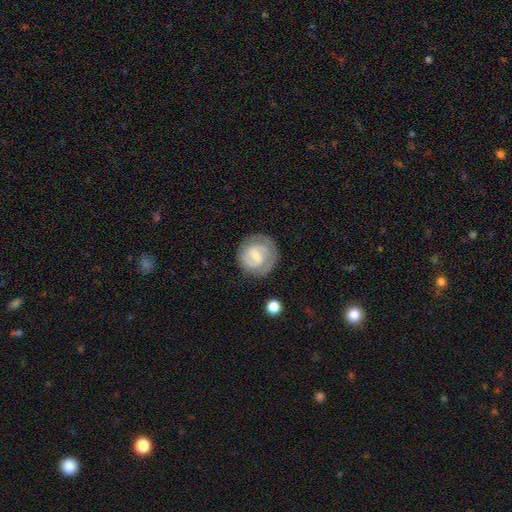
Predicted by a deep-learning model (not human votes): Morphology: type=featured or disk (63%); edge-on=no (98%); bar=weak (52%); spiral arms=yes (82%); winding=tight (57%); arm count=2 (55%); bulge=small (55%); merging=none (72%).